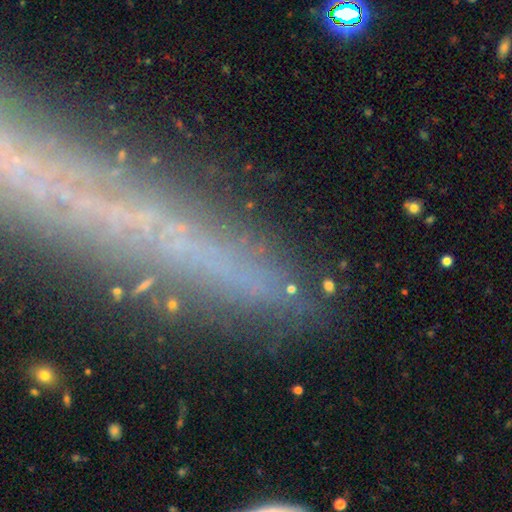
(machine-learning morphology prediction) Smooth or featured?
  - featured or disk: 42% *
  - star or artifact: 32%
  - smooth: 26%
Merging?
  - none: 77% *
  - minor disturbance: 13%
  - major disturbance: 6%
  - merger: 4%